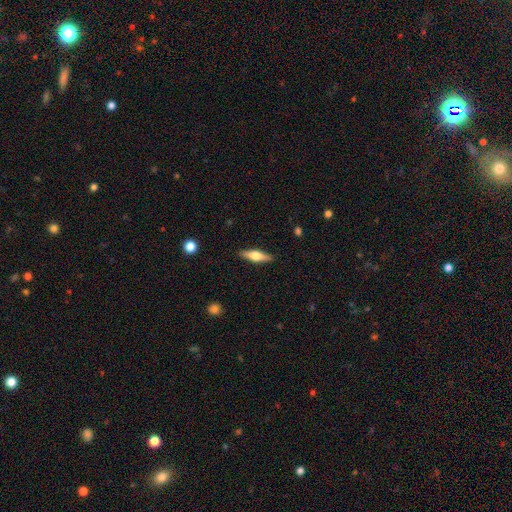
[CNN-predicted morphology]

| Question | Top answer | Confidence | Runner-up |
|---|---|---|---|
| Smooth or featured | smooth | 51% | featured or disk (43%) |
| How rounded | cigar-shaped | 58% | in between (40%) |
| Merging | none | 88% | minor disturbance (9%) |